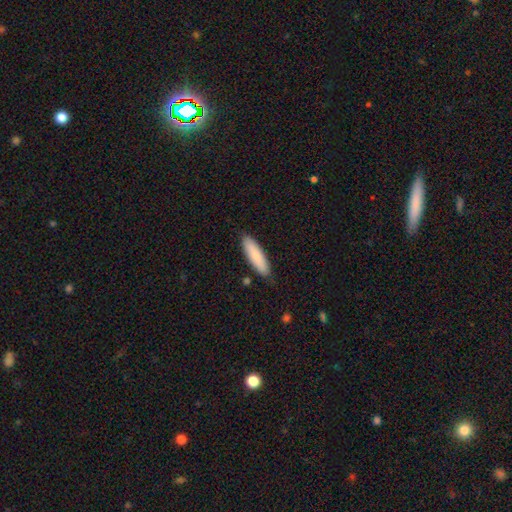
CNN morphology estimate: A smooth galaxy with no disk features (83%) that is cigar-shaped (64%). Merging: none (87%).